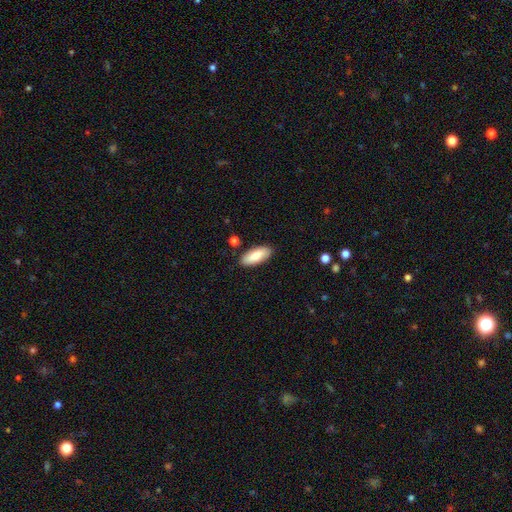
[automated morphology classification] smooth_or_featured: smooth (p=0.82) [alt: featured or disk p=0.12]
how_rounded: in between (p=0.81) [alt: cigar-shaped p=0.17]
merging: none (p=0.86) [alt: minor disturbance p=0.09]